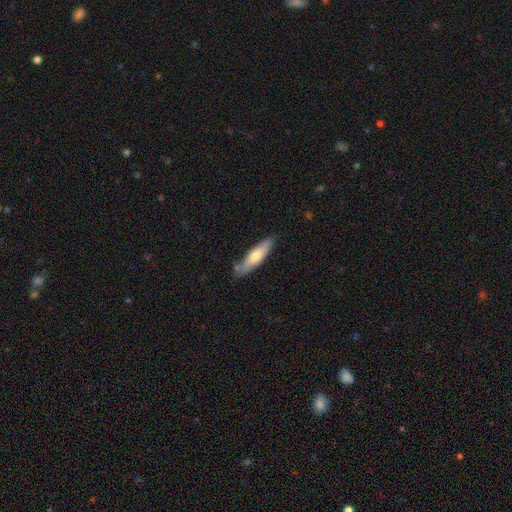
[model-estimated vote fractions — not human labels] smooth_or_featured: smooth (p=0.63) [alt: featured or disk p=0.32]
how_rounded: cigar-shaped (p=0.74) [alt: in between p=0.24]
merging: none (p=0.76) [alt: minor disturbance p=0.17]